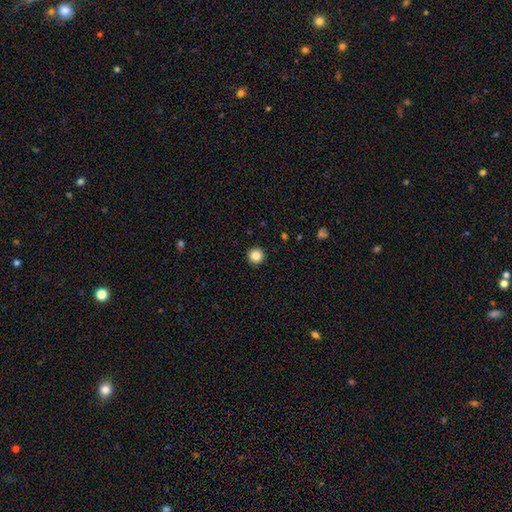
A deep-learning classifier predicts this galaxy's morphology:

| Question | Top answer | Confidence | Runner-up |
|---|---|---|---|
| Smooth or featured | smooth | 84% | star or artifact (11%) |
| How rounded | round | 96% | in between (3%) |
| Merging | none | 94% | minor disturbance (4%) |